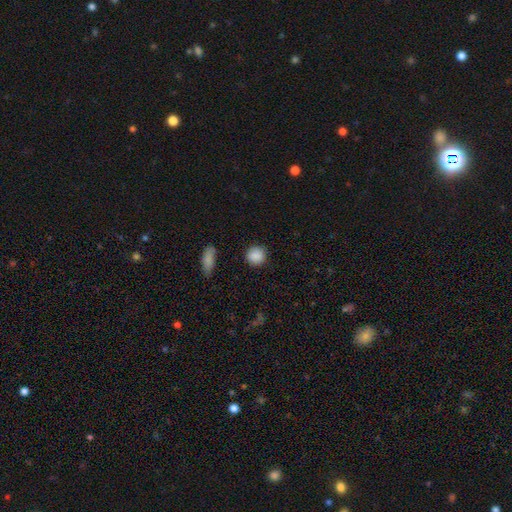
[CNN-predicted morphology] Overall: smooth (88%). How rounded: round (89%). Merging: none (87%).